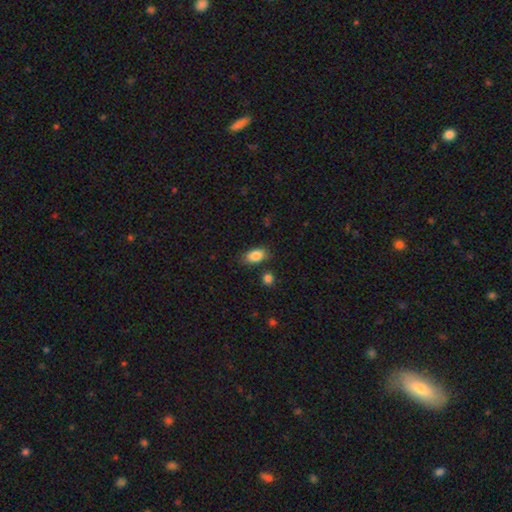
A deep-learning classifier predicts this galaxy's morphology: Smooth or featured: smooth — 86% (star or artifact — 8%)
How rounded: in between — 88% (round — 9%)
Merging: none — 79% (minor disturbance — 14%)